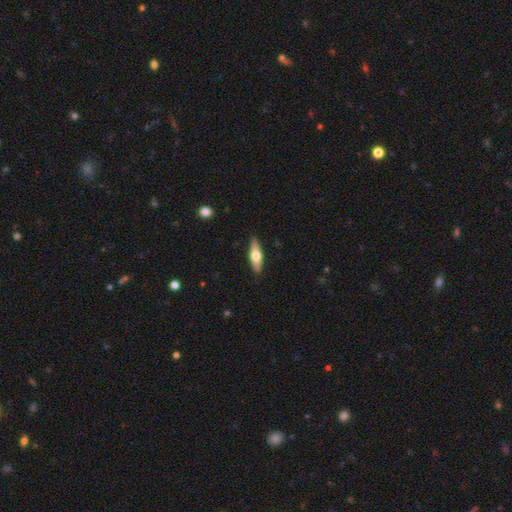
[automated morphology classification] A smooth galaxy with no disk features (48%).

Vote fractions:
- Smooth or featured? smooth: 48% / featured or disk: 46% / star or artifact: 5%
- Merging? none: 89% / minor disturbance: 8% / major disturbance: 2% / merger: 1%